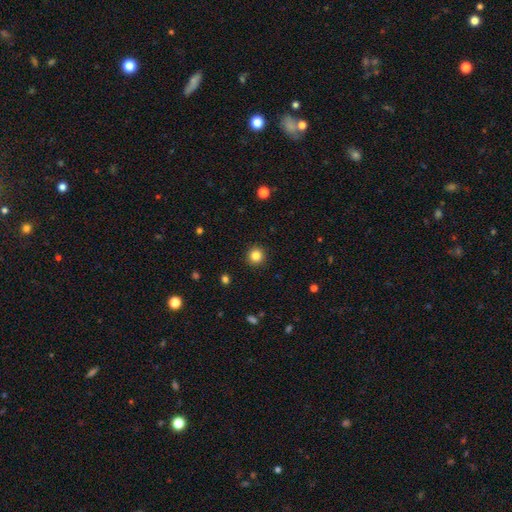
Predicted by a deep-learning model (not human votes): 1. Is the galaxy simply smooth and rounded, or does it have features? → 84% smooth, 12% star or artifact, 5% featured or disk.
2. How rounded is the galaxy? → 95% round, 4% in between, 1% cigar-shaped.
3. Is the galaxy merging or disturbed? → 93% none, 4% minor disturbance, 2% major disturbance, 1% merger.